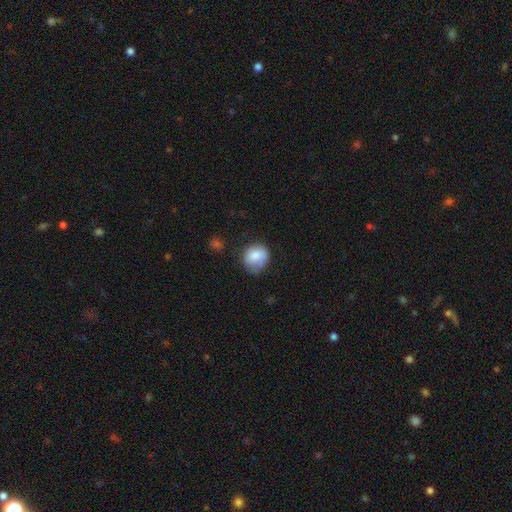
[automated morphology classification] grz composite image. It shows a smooth galaxy with no disk features (79%) that is round (72%). Merging: none (54%).